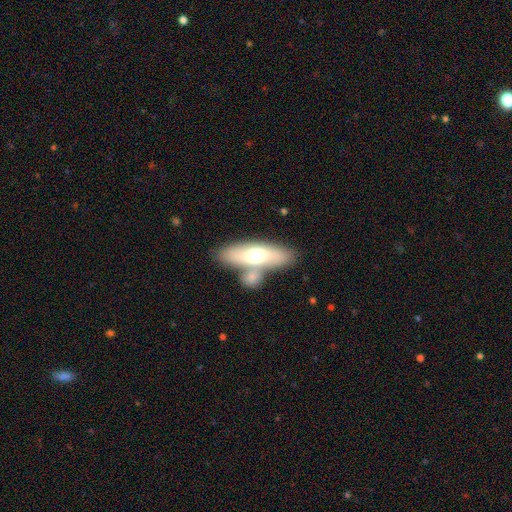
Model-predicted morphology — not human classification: Overall: smooth (58%; featured or disk 36%). How rounded: in between (52%; cigar-shaped 46%). Merging: none (52%; merger 32%).